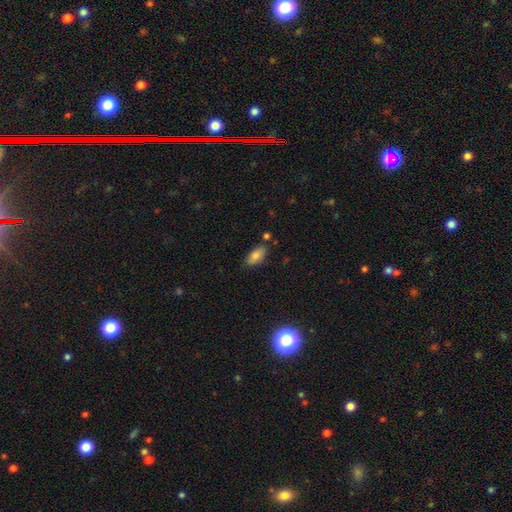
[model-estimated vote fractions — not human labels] smooth_or_featured: smooth (p=0.79) [alt: featured or disk p=0.13]
how_rounded: in between (p=0.91) [alt: cigar-shaped p=0.06]
merging: none (p=0.80) [alt: minor disturbance p=0.14]